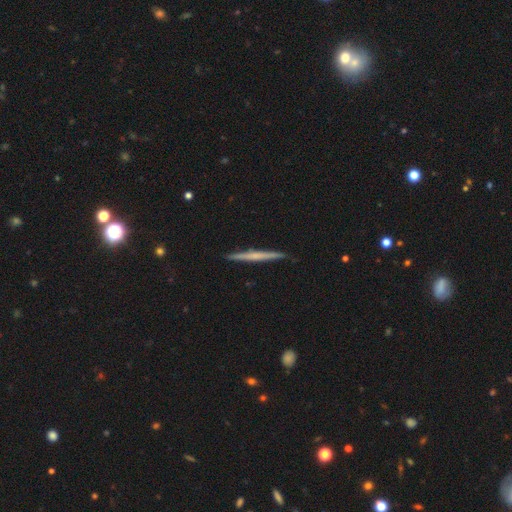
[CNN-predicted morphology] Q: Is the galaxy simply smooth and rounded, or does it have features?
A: featured or disk — 58%.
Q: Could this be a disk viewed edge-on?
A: yes — 98%.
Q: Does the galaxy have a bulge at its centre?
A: none — 69%.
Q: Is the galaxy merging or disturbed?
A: none — 91%.